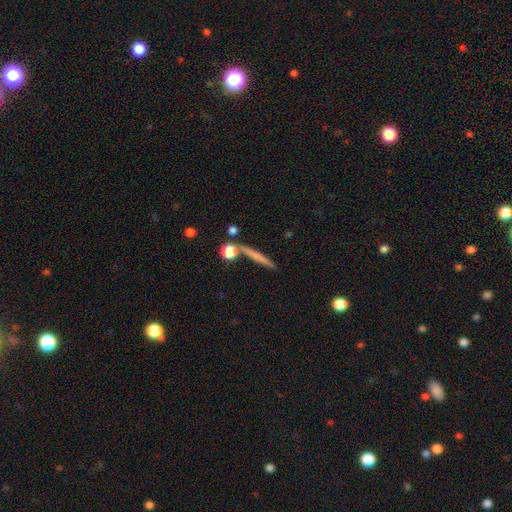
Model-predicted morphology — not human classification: Smooth or featured? Predicted: smooth (p=0.63). How rounded? Predicted: cigar-shaped (p=0.88). Merging? Predicted: none (p=0.80).